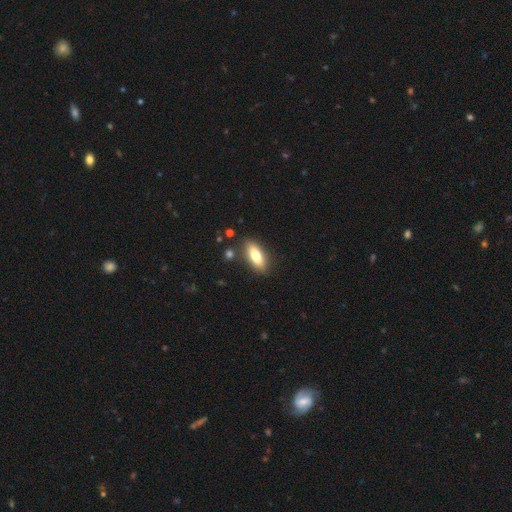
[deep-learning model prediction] The model was most divided on "how rounded": in between: 75%, cigar-shaped: 23%, round: 2%. More confident: merging — none (84%); smooth or featured — smooth (76%).